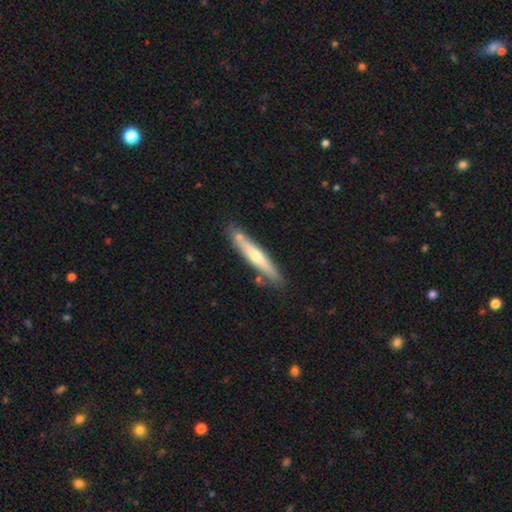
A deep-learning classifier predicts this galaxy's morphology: smooth-or-featured: featured or disk: 52% | smooth: 43% | star or artifact: 6%
  disk-edge-on: yes: 91% | no: 9%
  merging: none: 80% | minor disturbance: 12% | merger: 5% | major disturbance: 2%